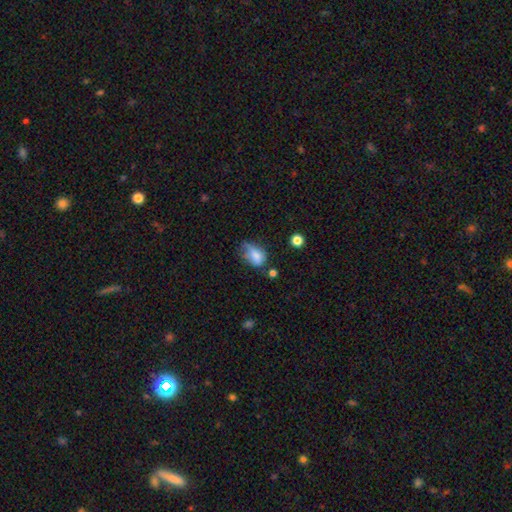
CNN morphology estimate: smooth-or-featured: smooth: 73% | featured or disk: 16% | star or artifact: 11%
  how-rounded: in between: 80% | round: 17% | cigar-shaped: 3%
  merging: minor disturbance: 38% | none: 29% | major disturbance: 26% | merger: 7%